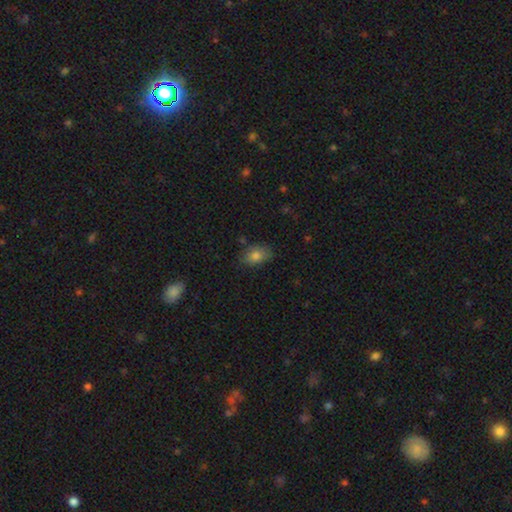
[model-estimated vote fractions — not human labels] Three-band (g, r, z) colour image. It shows a smooth galaxy with no disk features (80%) that is in between round and cigar-shaped (82%). Merging: none (74%).